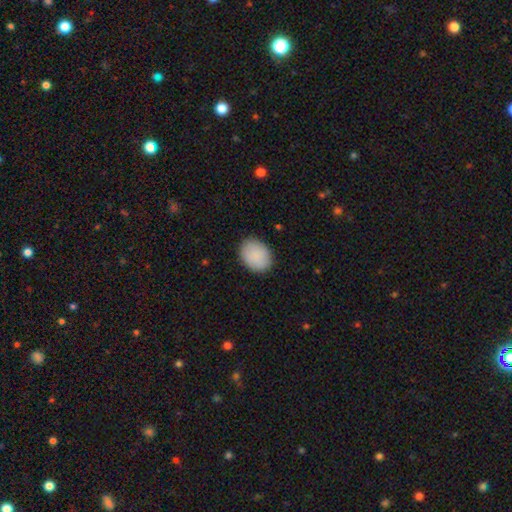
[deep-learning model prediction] Morphology: type=smooth (89%); roundness=in between (67%); merging=none (86%).